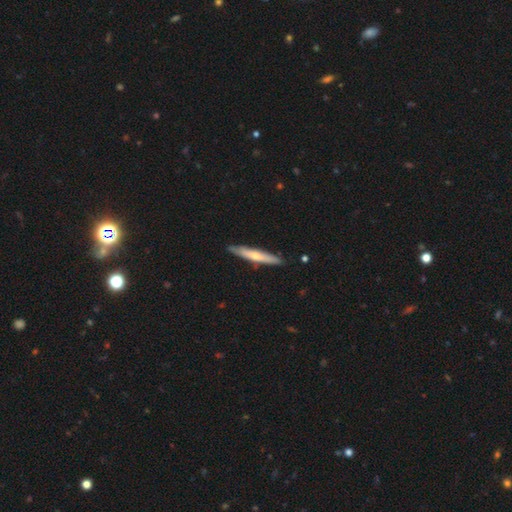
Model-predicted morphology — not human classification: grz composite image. It shows a smooth galaxy with no disk features (48%). Merging: none (88%).